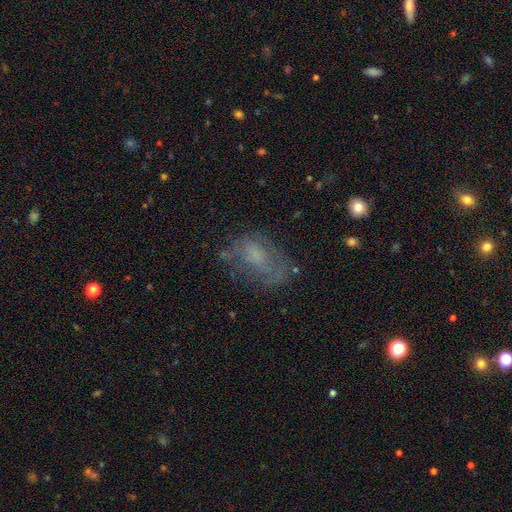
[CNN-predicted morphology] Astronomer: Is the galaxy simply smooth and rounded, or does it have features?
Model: smooth — 45% (runner-up: featured or disk, 39%).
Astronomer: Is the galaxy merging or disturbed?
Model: none — 52%.